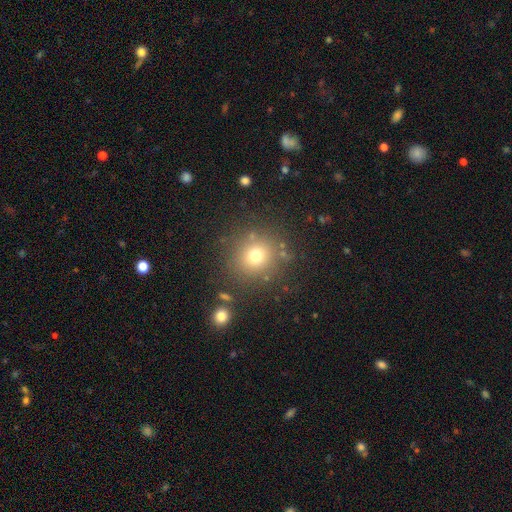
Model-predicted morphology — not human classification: Smooth or featured?
  - smooth: 71% *
  - star or artifact: 18%
  - featured or disk: 10%
How rounded?
  - round: 89% *
  - in between: 10%
  - cigar-shaped: 1%
Merging?
  - none: 83% *
  - minor disturbance: 8%
  - merger: 4%
  - major disturbance: 4%